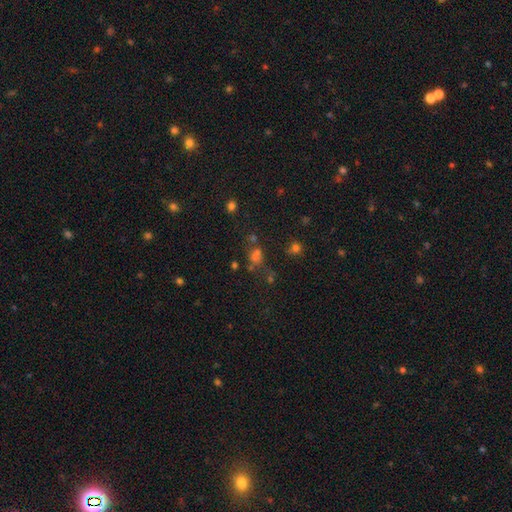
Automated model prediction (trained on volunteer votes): A smooth galaxy with no disk features (49%).

Vote fractions:
- Smooth or featured? smooth: 49% / star or artifact: 39% / featured or disk: 12%
- Merging? none: 54% / merger: 22% / minor disturbance: 14% / major disturbance: 10%